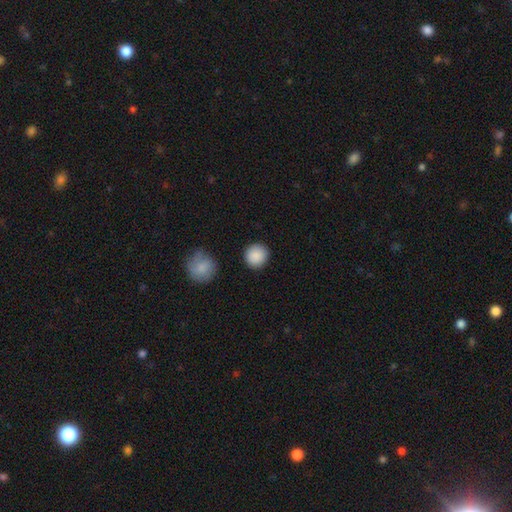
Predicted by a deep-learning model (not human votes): This is clearly a smooth galaxy (90%). How rounded: clearly round (93%). Merging: clearly none (89%).